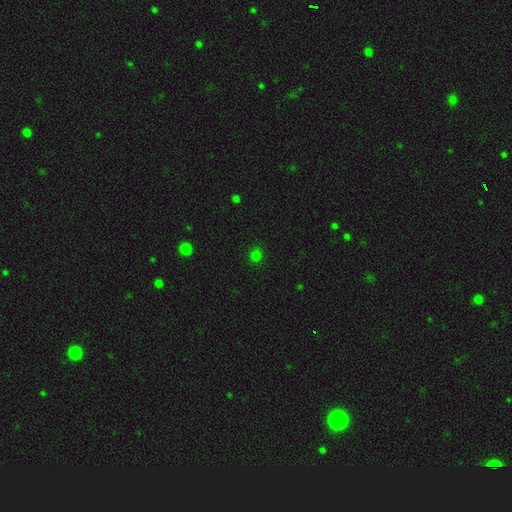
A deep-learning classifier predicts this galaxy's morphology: Smooth or featured? smooth (73%)
How rounded? round (88%)
Merging? none (89%)